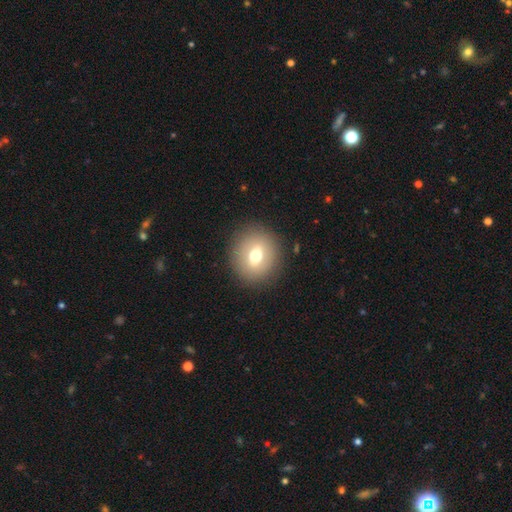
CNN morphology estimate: smooth-or-featured: smooth: 62% | featured or disk: 27% | star or artifact: 10%
  how-rounded: round: 79% | in between: 20% | cigar-shaped: 1%
  merging: none: 87% | minor disturbance: 8% | major disturbance: 4% | merger: 1%